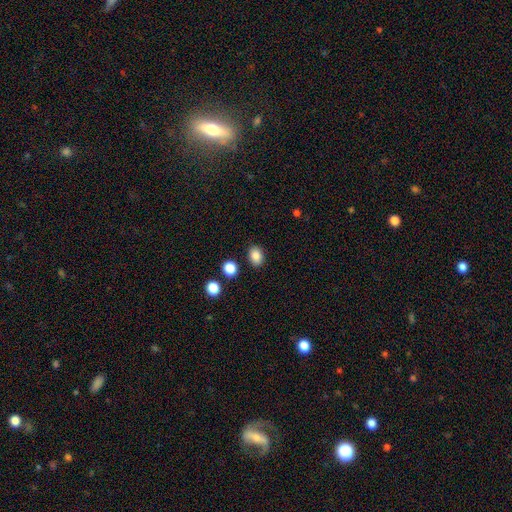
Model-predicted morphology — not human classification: Smooth or featured? smooth (86%)
How rounded? in between (69%)
Merging? none (86%)